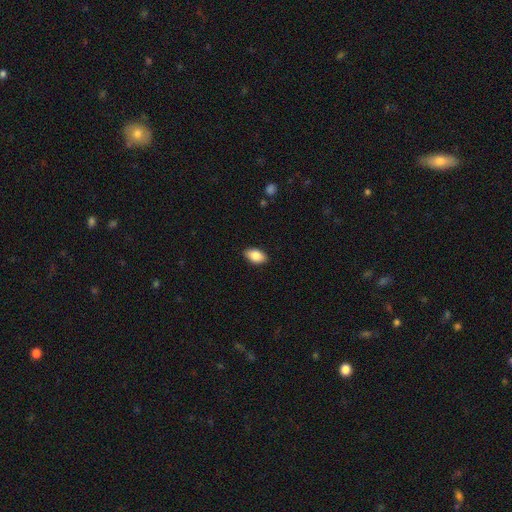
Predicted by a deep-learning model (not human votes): This appears to be a smooth galaxy with no disk features (86%) that is in between round and cigar-shaped (93%). Merging: none (89%).